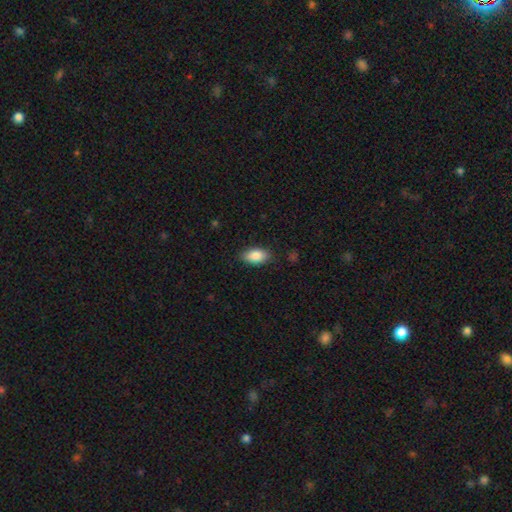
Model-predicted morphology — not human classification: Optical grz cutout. It shows a smooth galaxy with no disk features (87%) that is in between round and cigar-shaped (92%). Merging: none (83%).